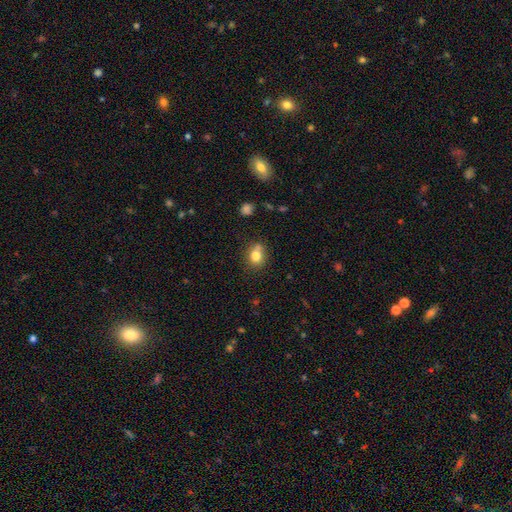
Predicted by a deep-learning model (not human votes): Smooth or featured: smooth — 79% (star or artifact — 11%)
How rounded: round — 65% (in between — 34%)
Merging: none — 66% (minor disturbance — 18%)